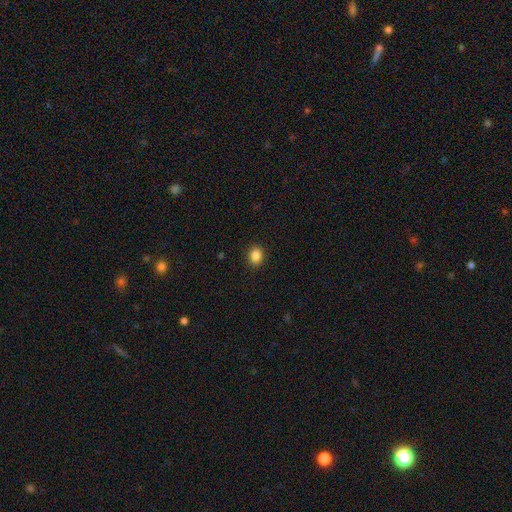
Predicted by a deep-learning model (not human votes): A smooth galaxy with no disk features (86%) that is round (56%). Merging: none (90%).